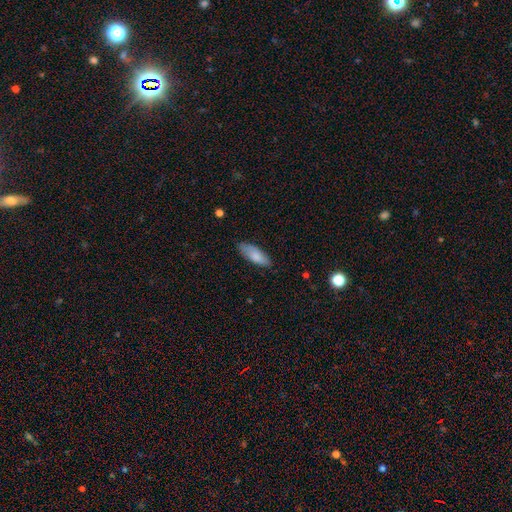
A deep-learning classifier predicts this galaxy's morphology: Smooth or featured?
  - smooth: 83% *
  - featured or disk: 12%
  - star or artifact: 6%
How rounded?
  - in between: 68% *
  - cigar-shaped: 30%
  - round: 2%
Merging?
  - none: 78% *
  - minor disturbance: 18%
  - major disturbance: 3%
  - merger: 1%